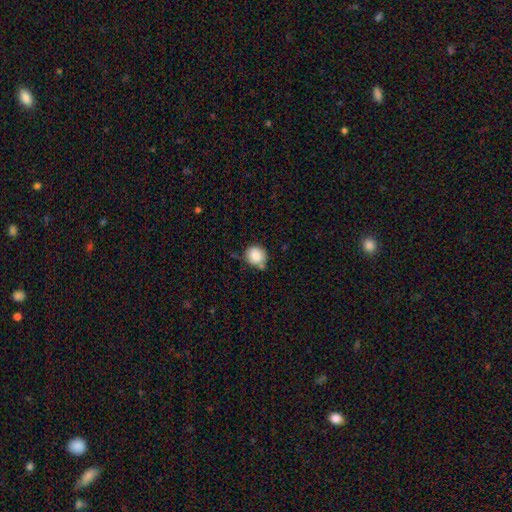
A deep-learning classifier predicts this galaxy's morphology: A smooth galaxy with no disk features (86%) that is round (81%).

Vote fractions:
- Smooth or featured? smooth: 86% / star or artifact: 8% / featured or disk: 6%
- How rounded? round: 81% / in between: 18% / cigar-shaped: 1%
- Merging? none: 64% / minor disturbance: 21% / merger: 10% / major disturbance: 4%